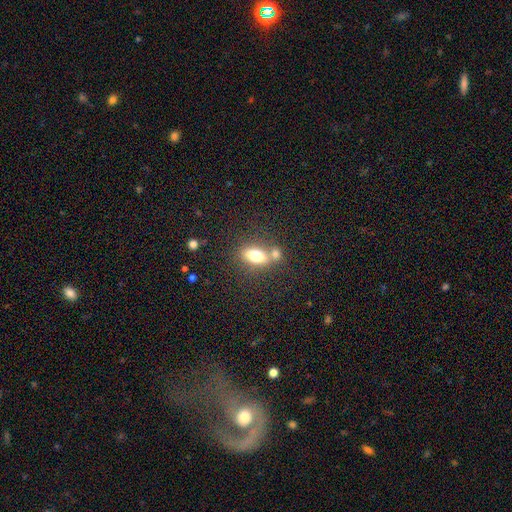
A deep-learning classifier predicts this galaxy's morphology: Overall: smooth (74%). How rounded: in between (81%). Merging: none (51%; merger 33%).